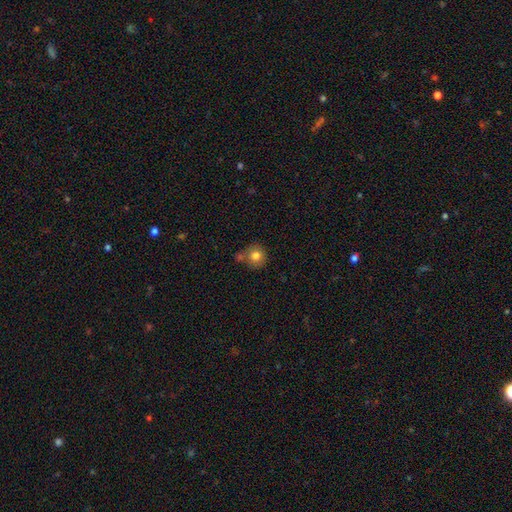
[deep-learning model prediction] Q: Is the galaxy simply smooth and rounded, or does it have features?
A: smooth — 80%.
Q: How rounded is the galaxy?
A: round — 91%.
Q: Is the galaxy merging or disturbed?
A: none — 64%.